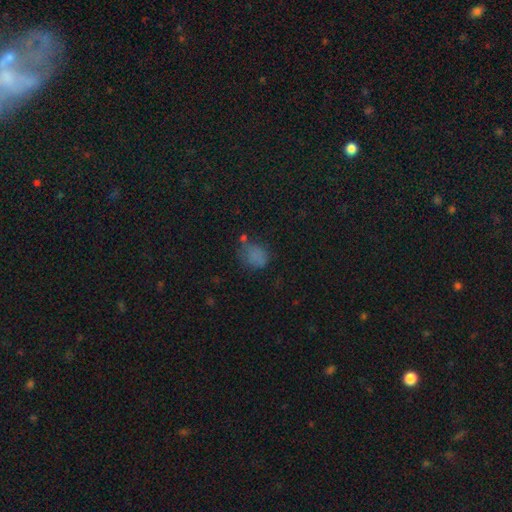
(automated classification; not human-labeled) Smooth or featured?
  - smooth: 73% *
  - star or artifact: 18%
  - featured or disk: 10%
How rounded?
  - round: 53% *
  - in between: 45%
  - cigar-shaped: 1%
Merging?
  - none: 53% *
  - minor disturbance: 26%
  - major disturbance: 12%
  - merger: 9%